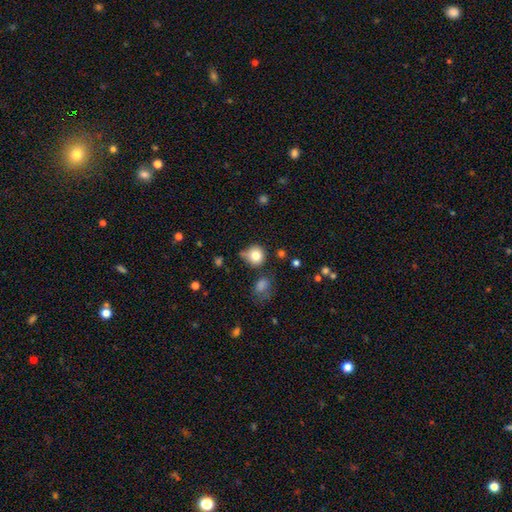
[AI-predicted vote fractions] Smooth or featured: smooth — 80% (star or artifact — 11%)
How rounded: round — 87% (in between — 12%)
Merging: none — 60% (minor disturbance — 25%)